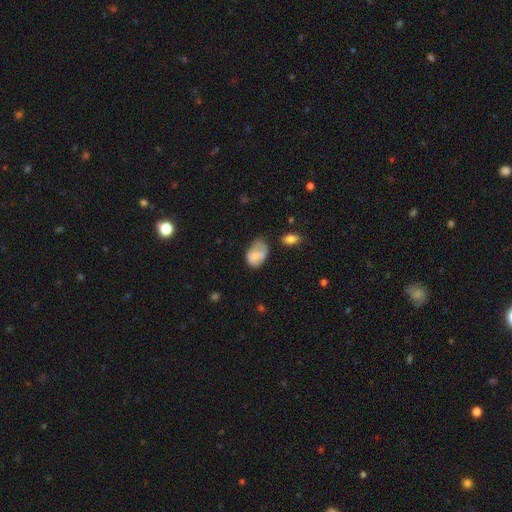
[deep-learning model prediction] Overall: smooth (65%; featured or disk 26%). How rounded: in between (83%). Merging: minor disturbance (35%; none 28%).